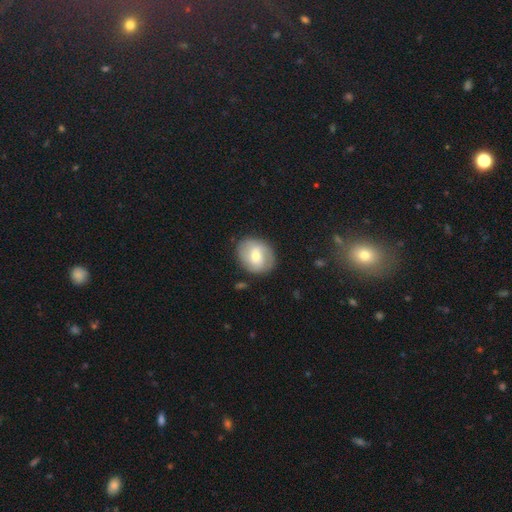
Morphology: type=featured or disk (52%); edge-on=no (100%); bar=weak (62%); spiral arms=yes (86%); winding=medium (44%); arm count=2 (50%); bulge=moderate (48%, tied with small); merging=none (74%).